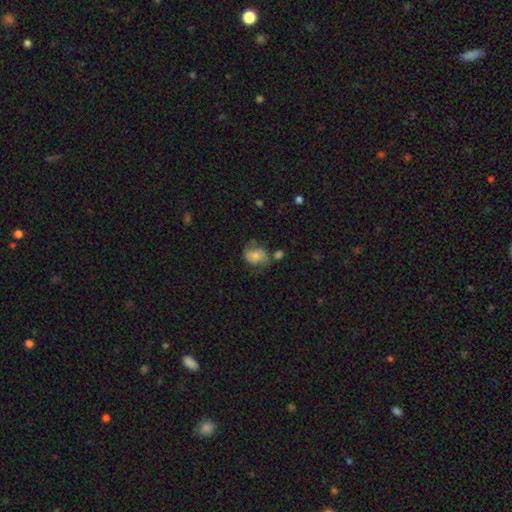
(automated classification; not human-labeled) Smooth or featured?
  - smooth: 57% *
  - featured or disk: 34%
  - star or artifact: 9%
How rounded?
  - in between: 53% *
  - round: 46%
  - cigar-shaped: 1%
Merging?
  - none: 43% *
  - minor disturbance: 30%
  - major disturbance: 17%
  - merger: 11%